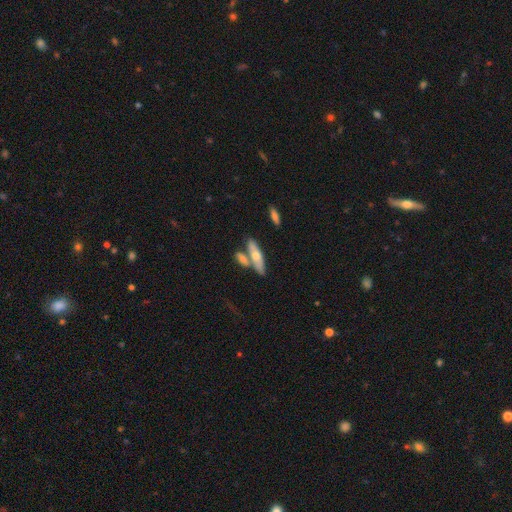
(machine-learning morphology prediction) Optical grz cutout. It shows a smooth galaxy with no disk features (52%) that is cigar-shaped (57%). Merging: none (53%).